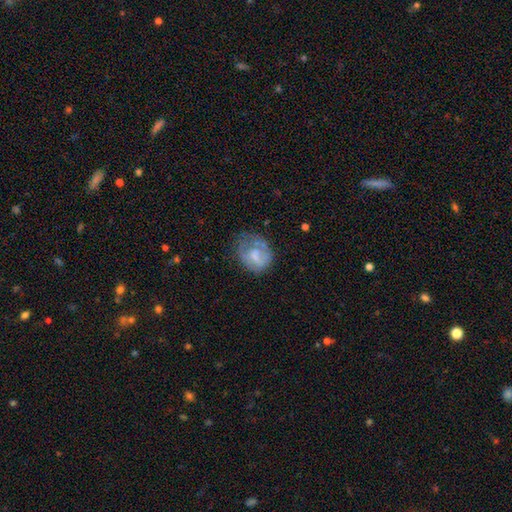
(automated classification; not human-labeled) A smooth galaxy with no disk features (52%) that is in between round and cigar-shaped (51%). Merging: none (39%).